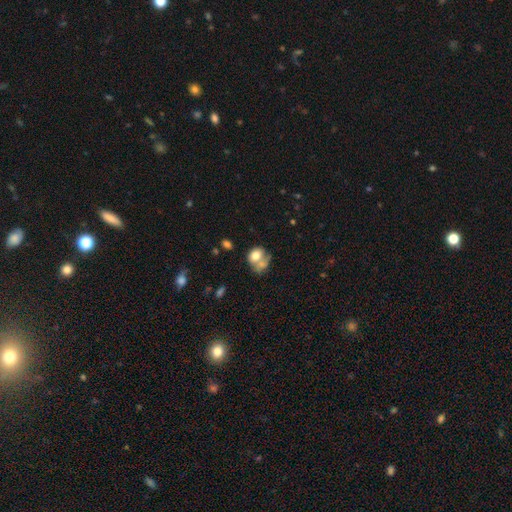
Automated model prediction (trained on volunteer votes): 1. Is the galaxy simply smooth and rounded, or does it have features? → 69% smooth, 22% featured or disk, 9% star or artifact.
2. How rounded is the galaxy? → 50% round, 49% in between, 1% cigar-shaped.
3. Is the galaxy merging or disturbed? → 49% merger, 26% none, 13% minor disturbance, 12% major disturbance.